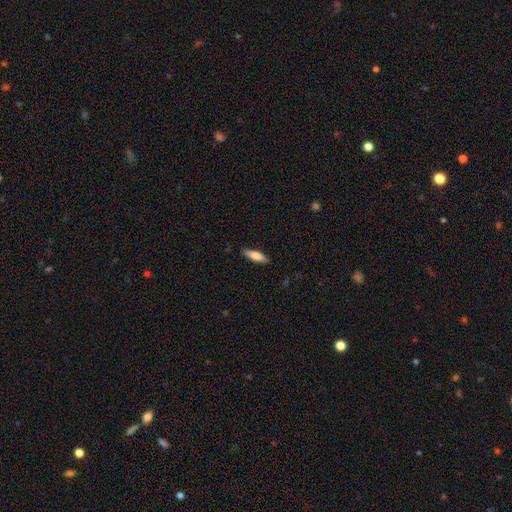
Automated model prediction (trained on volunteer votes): The model was most divided on "how rounded": cigar-shaped: 53%, in between: 45%, round: 2%. More confident: merging — none (87%); smooth or featured — smooth (70%).